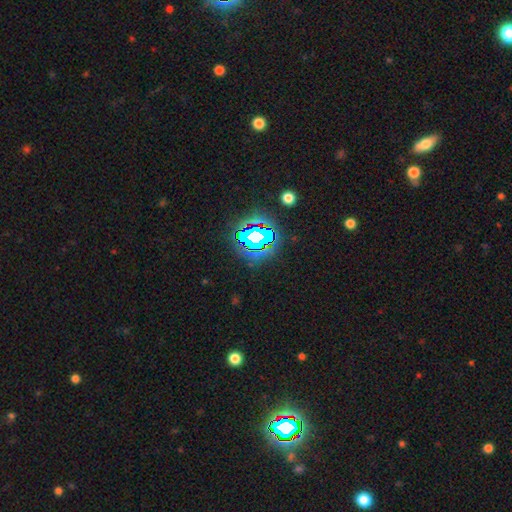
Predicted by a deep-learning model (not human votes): Smooth or featured? Predicted: star or artifact (p=0.82).